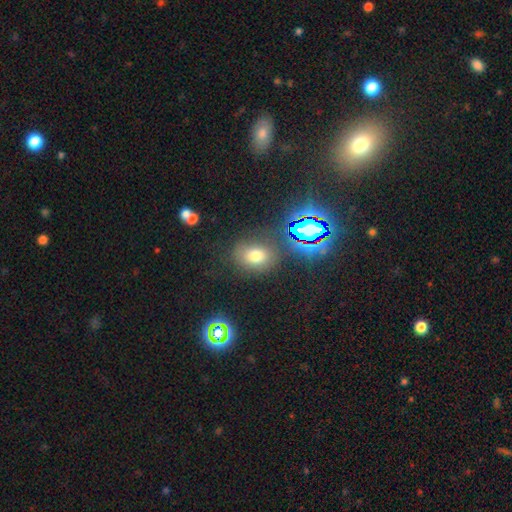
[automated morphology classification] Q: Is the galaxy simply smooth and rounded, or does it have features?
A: smooth — 67%.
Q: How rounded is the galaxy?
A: in between — 61%.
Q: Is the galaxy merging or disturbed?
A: none — 76%.